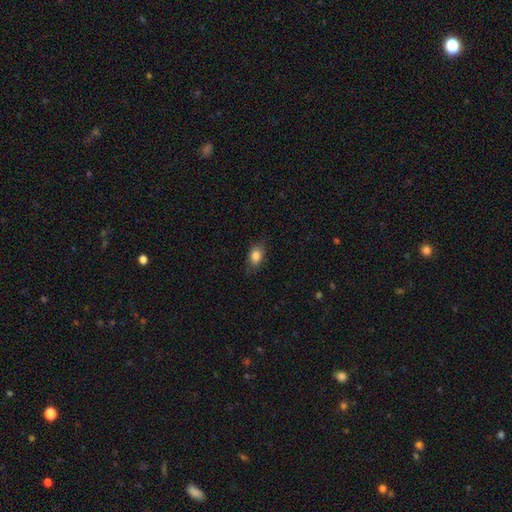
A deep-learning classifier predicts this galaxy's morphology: A smooth galaxy with no disk features (83%) that is in between round and cigar-shaped (82%). Merging: none (80%).